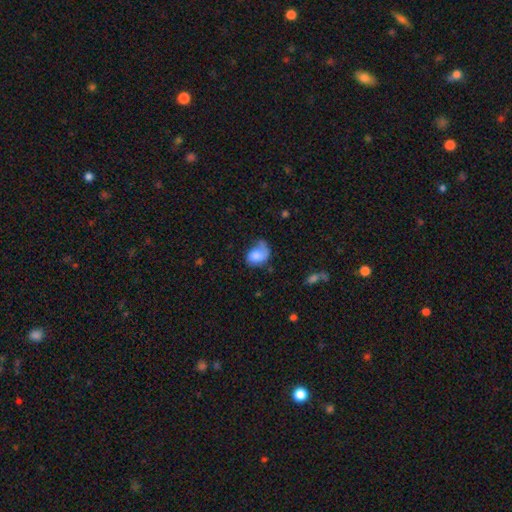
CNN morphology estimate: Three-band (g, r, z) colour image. It shows a smooth galaxy with no disk features (63%) that is in between round and cigar-shaped (64%). Merging: none (35%).